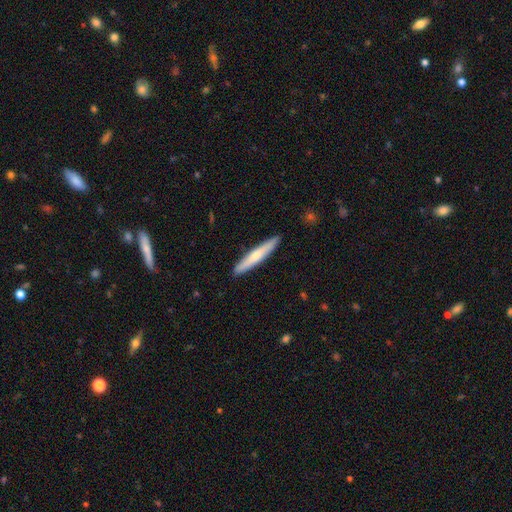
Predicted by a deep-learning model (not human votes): This appears to be a smooth galaxy with no disk features (59%) that is cigar-shaped (94%). Merging: none (91%).